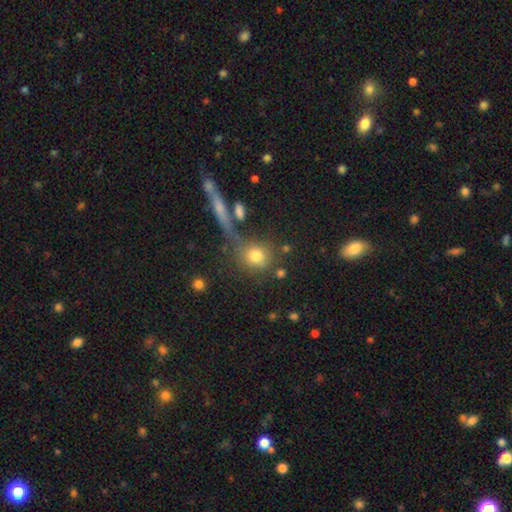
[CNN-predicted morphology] type=smooth (75%); roundness=round (76%); merging=none (61%).